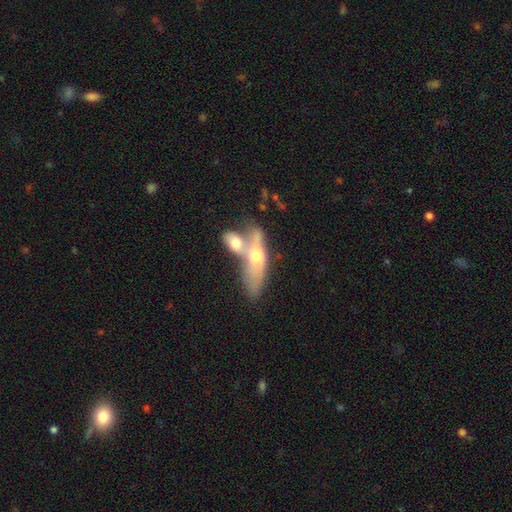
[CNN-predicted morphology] The model was most divided on "smooth or featured": featured or disk: 47%, smooth: 46%, star or artifact: 7%. More confident: merging — merger (67%).